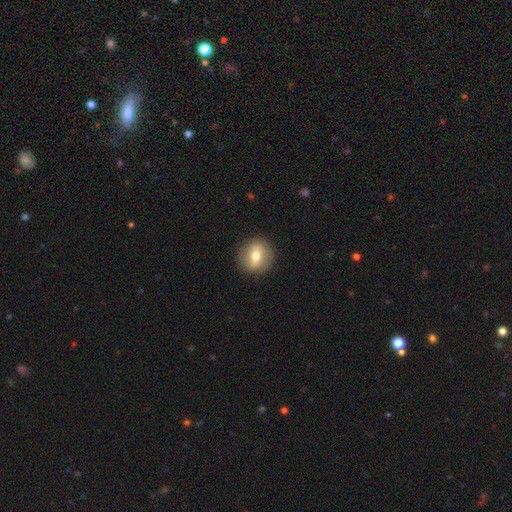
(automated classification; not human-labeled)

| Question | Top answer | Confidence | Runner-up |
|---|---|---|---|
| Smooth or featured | smooth | 61% | featured or disk (31%) |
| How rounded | round | 83% | in between (16%) |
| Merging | none | 88% | minor disturbance (8%) |